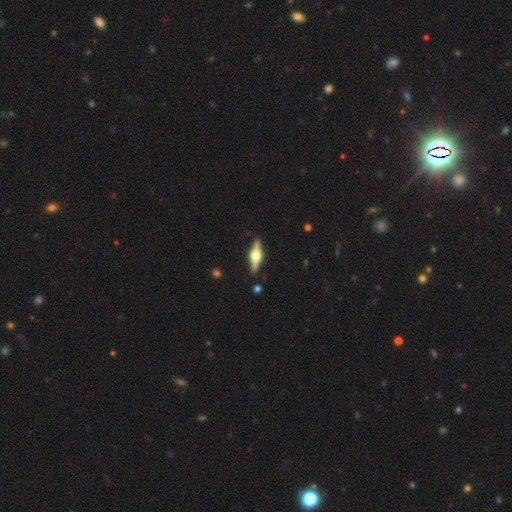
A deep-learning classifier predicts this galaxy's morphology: A featured or disk galaxy (78%) viewed edge-on (97%) with a rounded central bulge (95%). Merging: none (89%).